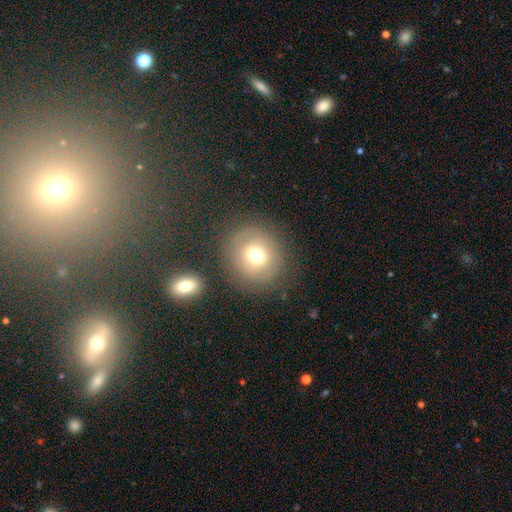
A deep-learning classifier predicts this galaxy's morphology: smooth_or_featured: smooth (p=0.69) [alt: featured or disk p=0.17]
how_rounded: round (p=0.89) [alt: in between p=0.10]
merging: none (p=0.79) [alt: minor disturbance p=0.11]